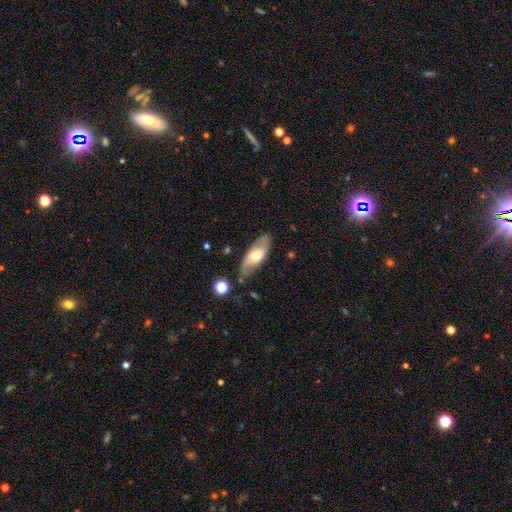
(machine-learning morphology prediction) This is possibly a smooth galaxy (50%). Merging: likely none (75%).